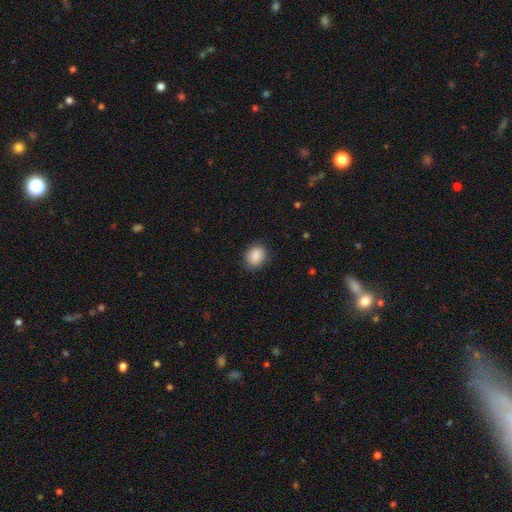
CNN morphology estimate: Smooth or featured?
  - smooth: 86% *
  - star or artifact: 8%
  - featured or disk: 6%
How rounded?
  - round: 50% *
  - in between: 49%
  - cigar-shaped: 1%
Merging?
  - none: 84% *
  - minor disturbance: 12%
  - major disturbance: 3%
  - merger: 1%